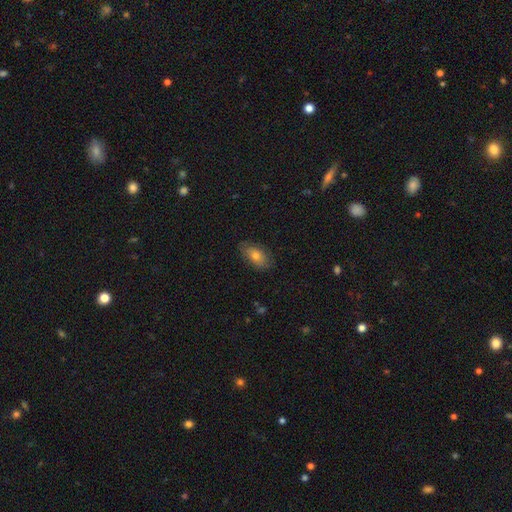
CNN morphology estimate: Overall: smooth (72%). How rounded: in between (90%). Merging: none (79%).